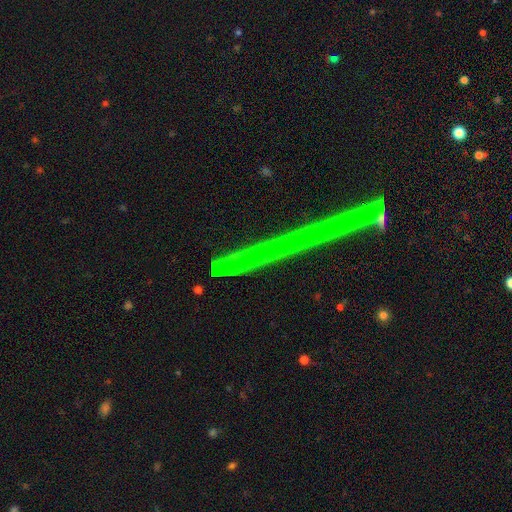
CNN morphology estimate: smooth-or-featured: star or artifact: 65% | featured or disk: 22% | smooth: 13%